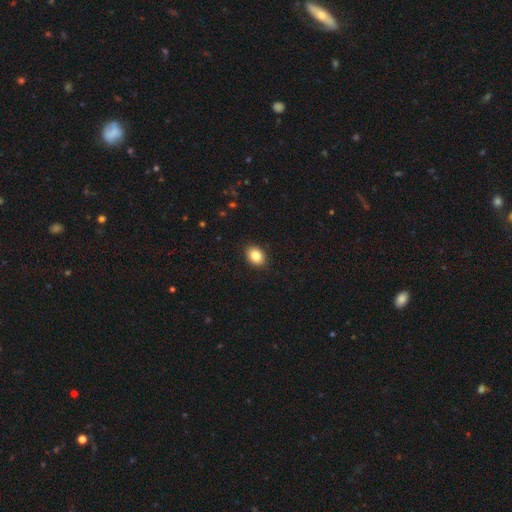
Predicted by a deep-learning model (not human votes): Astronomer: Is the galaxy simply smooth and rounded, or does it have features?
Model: smooth — 86%.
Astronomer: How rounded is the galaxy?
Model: in between — 69%.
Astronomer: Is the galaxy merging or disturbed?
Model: none — 90%.